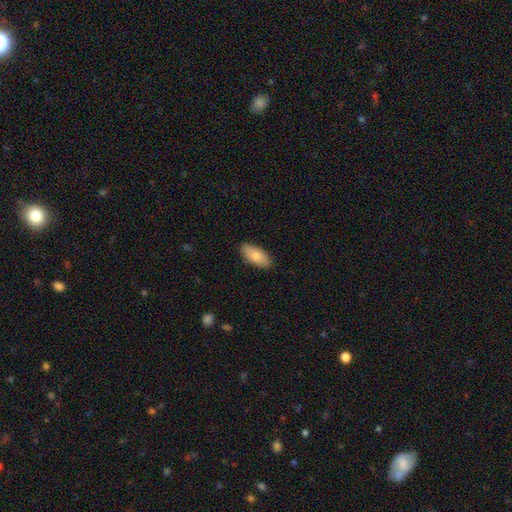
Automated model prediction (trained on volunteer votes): Smooth or featured?
  - smooth: 81% *
  - featured or disk: 13%
  - star or artifact: 6%
How rounded?
  - in between: 91% *
  - cigar-shaped: 7%
  - round: 2%
Merging?
  - none: 87% *
  - minor disturbance: 10%
  - major disturbance: 2%
  - merger: 1%